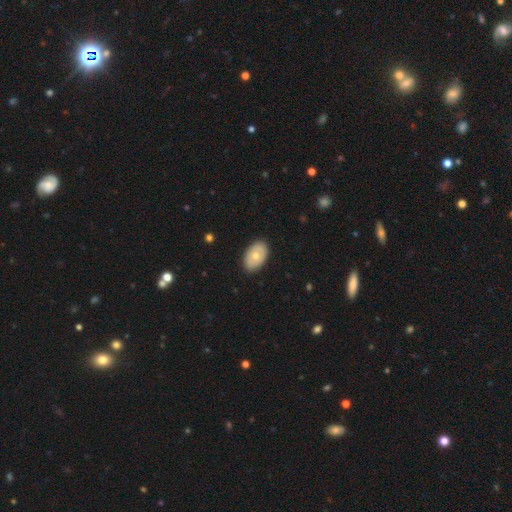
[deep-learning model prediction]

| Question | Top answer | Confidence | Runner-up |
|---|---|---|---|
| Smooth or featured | smooth | 61% | featured or disk (33%) |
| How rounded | in between | 89% | round (10%) |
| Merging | none | 87% | minor disturbance (10%) |